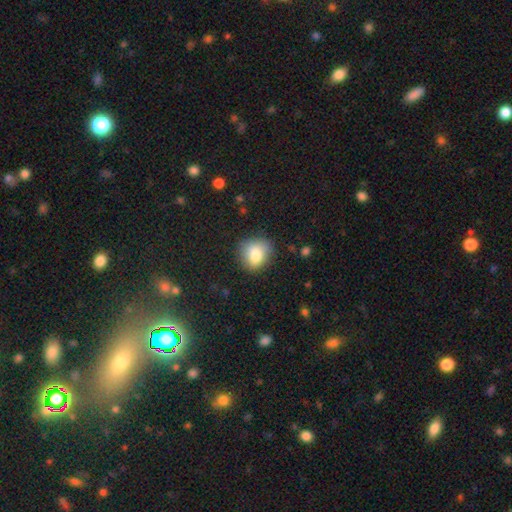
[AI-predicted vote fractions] Smooth or featured: smooth — 83% (star or artifact — 9%)
How rounded: round — 71% (in between — 28%)
Merging: none — 78% (minor disturbance — 16%)